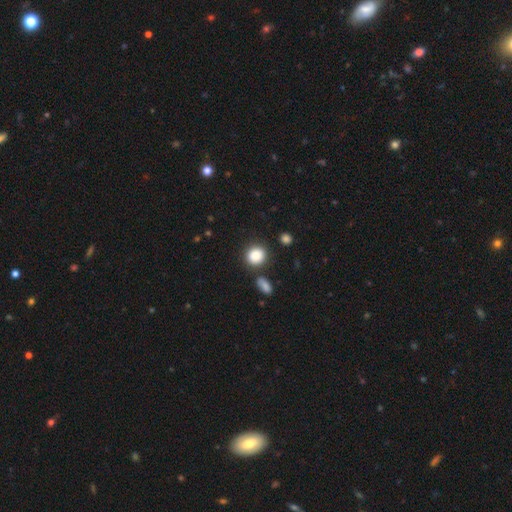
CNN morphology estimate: smooth_or_featured: smooth (p=0.87) [alt: star or artifact p=0.09]
how_rounded: round (p=0.79) [alt: in between p=0.20]
merging: none (p=0.79) [alt: minor disturbance p=0.11]